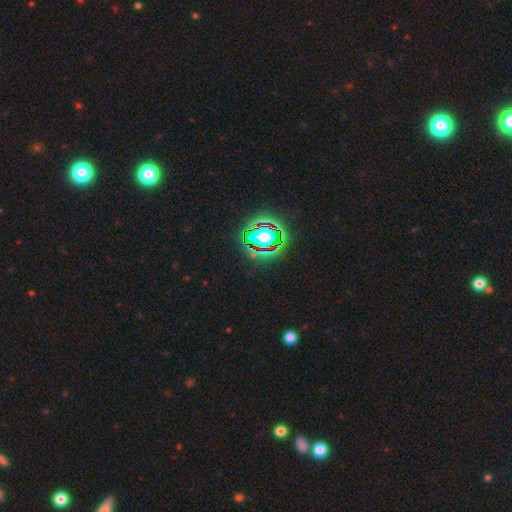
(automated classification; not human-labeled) smooth-or-featured: star or artifact: 82% | smooth: 11% | featured or disk: 7%